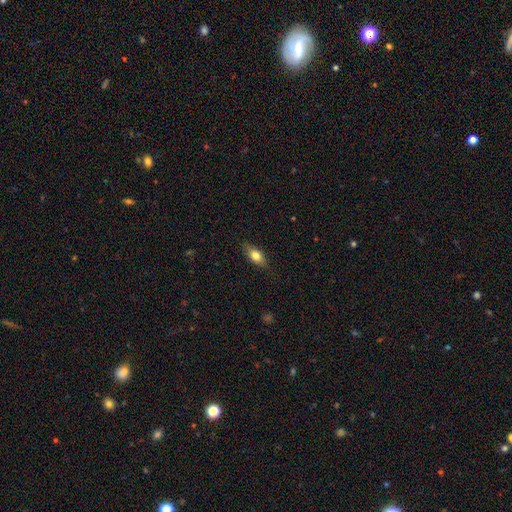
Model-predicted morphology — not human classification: Q: Smooth or featured?
A: smooth (71%); runner-up: featured or disk (21%)
Q: How rounded?
A: in between (80%); runner-up: cigar-shaped (15%)
Q: Merging?
A: none (83%); runner-up: minor disturbance (13%)